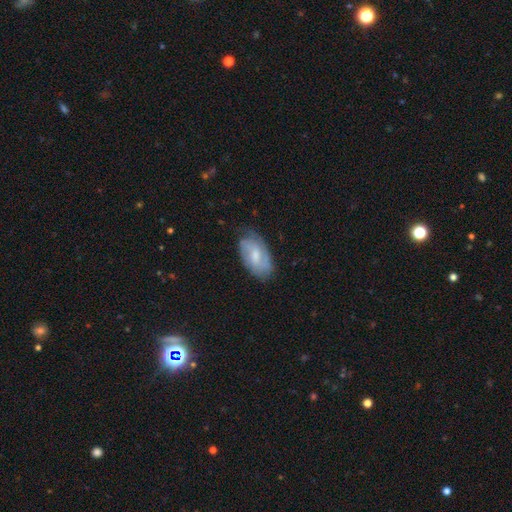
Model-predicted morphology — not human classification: smooth-or-featured: featured or disk: 51% | smooth: 43% | star or artifact: 6%
  disk-edge-on: no: 94% | yes: 6%
  merging: none: 65% | minor disturbance: 27% | major disturbance: 7% | merger: 1%